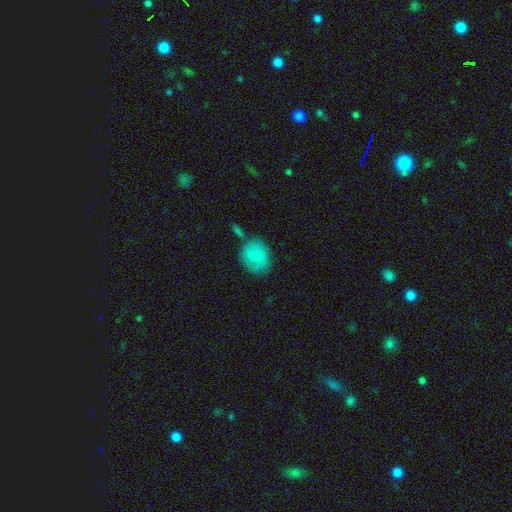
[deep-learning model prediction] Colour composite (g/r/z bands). It shows a smooth galaxy with no disk features (69%) that is round (72%). Merging: none (66%).